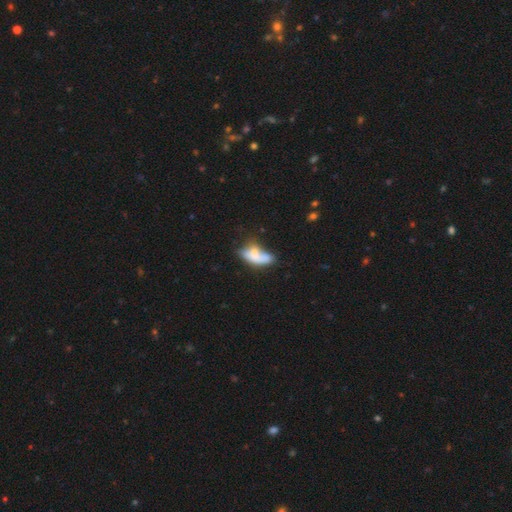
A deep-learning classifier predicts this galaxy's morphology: This is likely a smooth galaxy (63%). How rounded: likely in between (77%). Merging: marginally merger (31%).